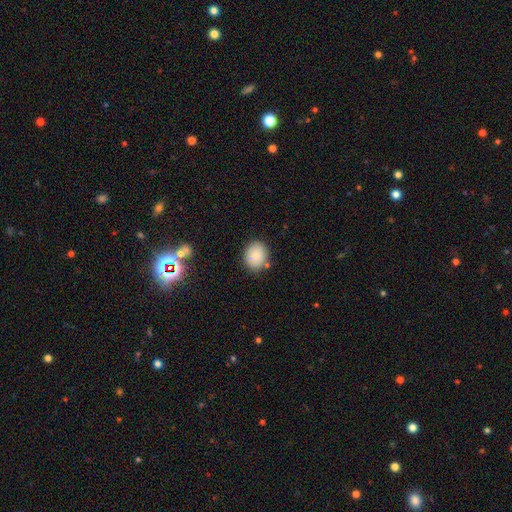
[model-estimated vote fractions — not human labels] smooth-or-featured: smooth: 82% | featured or disk: 9% | star or artifact: 9%
  how-rounded: round: 62% | in between: 37% | cigar-shaped: 1%
  merging: none: 80% | minor disturbance: 12% | merger: 5% | major disturbance: 3%